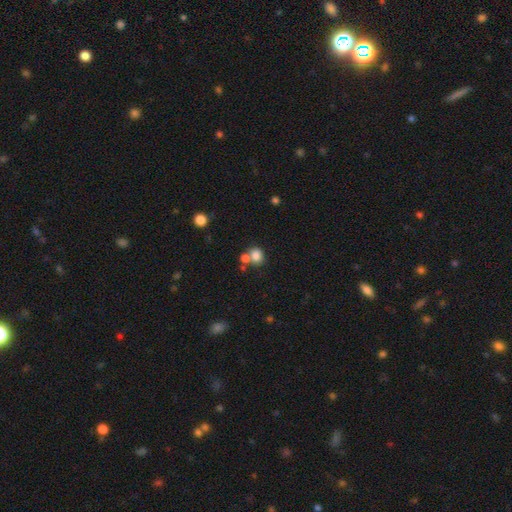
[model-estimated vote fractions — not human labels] Q: Smooth or featured?
A: smooth (80%); runner-up: star or artifact (11%)
Q: How rounded?
A: round (59%); runner-up: in between (40%)
Q: Merging?
A: none (47%); runner-up: merger (37%)